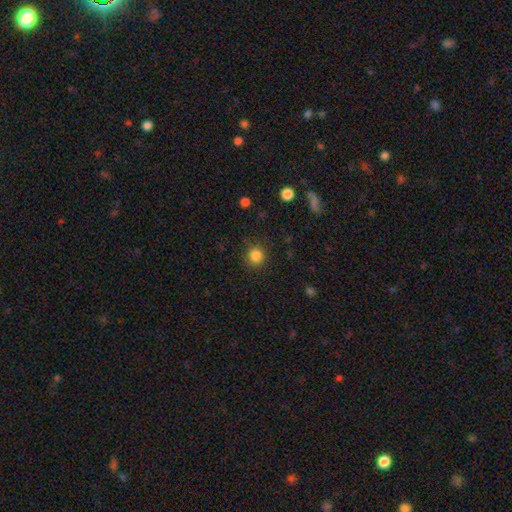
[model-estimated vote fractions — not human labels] smooth_or_featured: smooth (p=0.85) [alt: star or artifact p=0.12]
how_rounded: round (p=0.91) [alt: in between p=0.08]
merging: none (p=0.85) [alt: minor disturbance p=0.10]